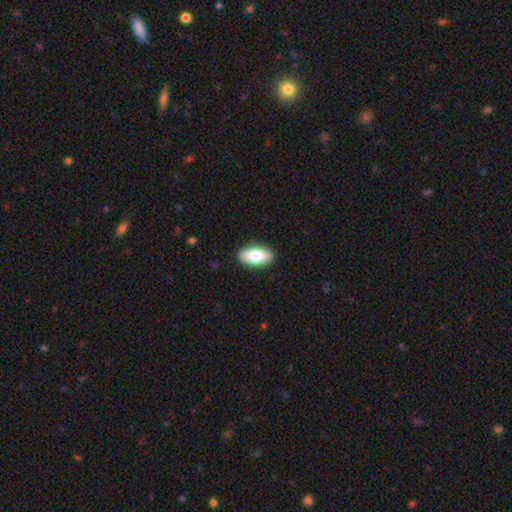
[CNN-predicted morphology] Q: Smooth or featured?
A: smooth (79%); runner-up: featured or disk (15%)
Q: How rounded?
A: in between (92%); runner-up: cigar-shaped (5%)
Q: Merging?
A: none (90%); runner-up: minor disturbance (8%)